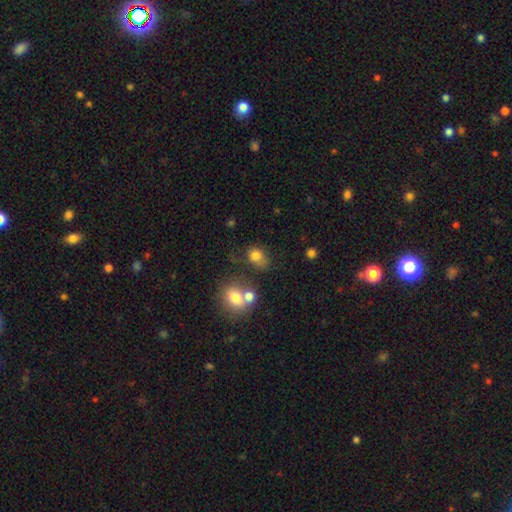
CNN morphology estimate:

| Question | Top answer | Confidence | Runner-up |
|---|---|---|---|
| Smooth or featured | smooth | 78% | star or artifact (13%) |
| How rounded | in between | 54% | round (44%) |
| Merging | none | 44% | minor disturbance (24%) |